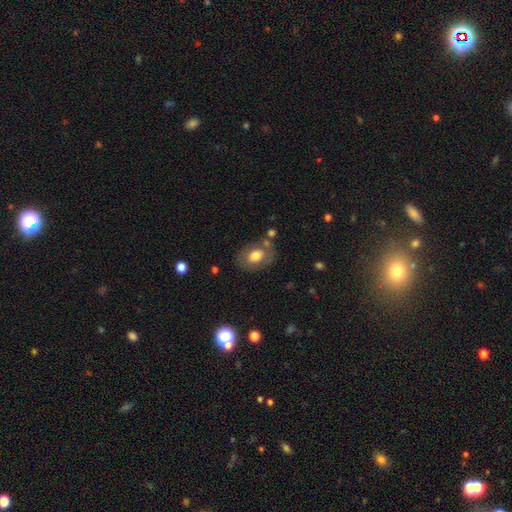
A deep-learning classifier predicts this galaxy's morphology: A smooth galaxy with no disk features (64%) that is in between round and cigar-shaped (72%). Merging: none (68%).